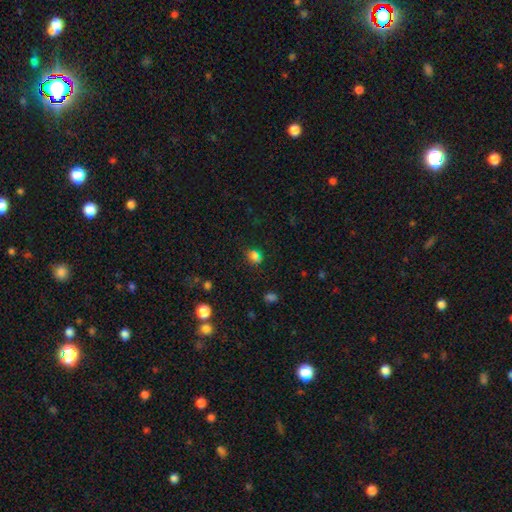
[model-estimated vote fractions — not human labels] A smooth galaxy with no disk features (62%) that is round (63%).

Vote fractions:
- Smooth or featured? smooth: 62% / star or artifact: 32% / featured or disk: 7%
- How rounded? round: 63% / in between: 35% / cigar-shaped: 2%
- Merging? none: 75% / minor disturbance: 13% / merger: 6% / major disturbance: 5%